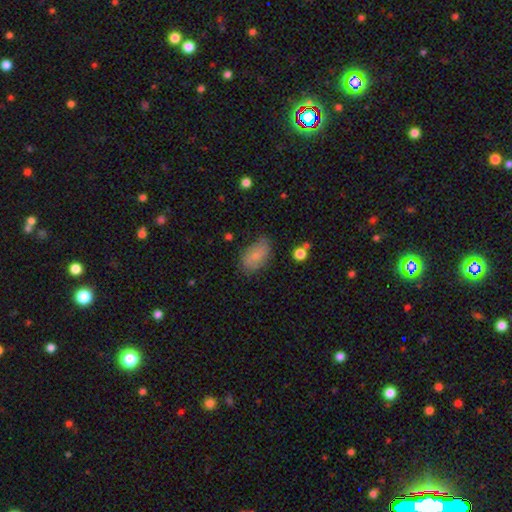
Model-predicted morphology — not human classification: Q: Smooth or featured?
A: smooth (76%); runner-up: featured or disk (16%)
Q: How rounded?
A: in between (91%); runner-up: round (7%)
Q: Merging?
A: none (65%); runner-up: minor disturbance (25%)